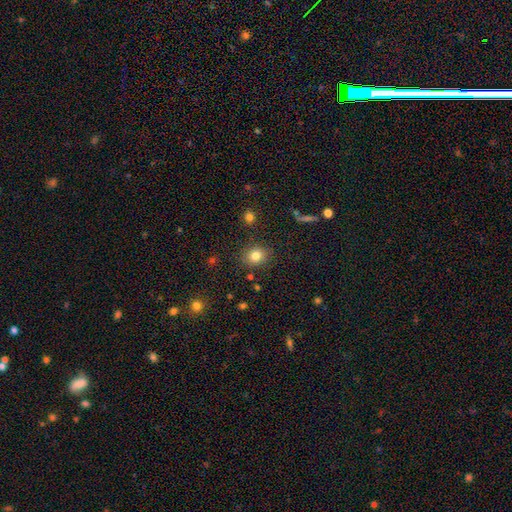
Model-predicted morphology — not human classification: The model was most divided on "how rounded": round: 66%, in between: 33%, cigar-shaped: 1%. More confident: merging — none (86%); smooth or featured — smooth (81%).